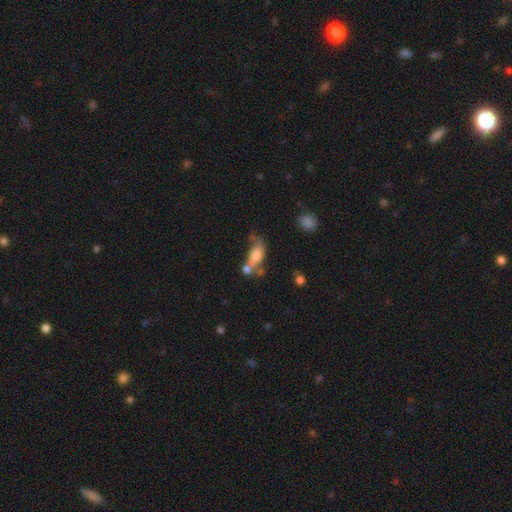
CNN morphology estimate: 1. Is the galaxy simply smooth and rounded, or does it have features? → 64% smooth, 26% featured or disk, 10% star or artifact.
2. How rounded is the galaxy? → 75% in between, 18% cigar-shaped, 7% round.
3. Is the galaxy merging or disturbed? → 40% merger, 26% none, 17% minor disturbance, 16% major disturbance.